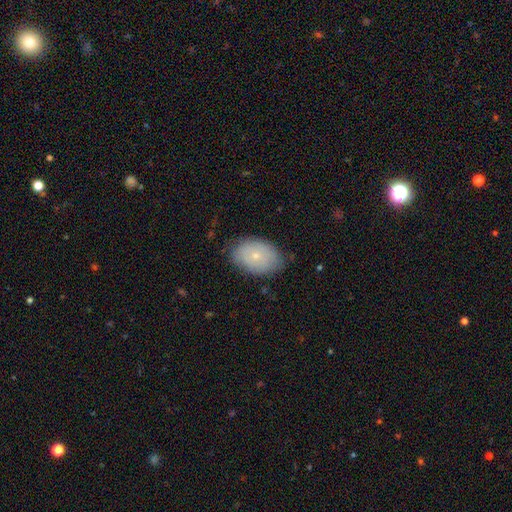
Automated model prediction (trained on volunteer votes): Smooth or featured? Predicted: smooth (p=0.63). How rounded? Predicted: in between (p=0.86). Merging? Predicted: none (p=0.76).